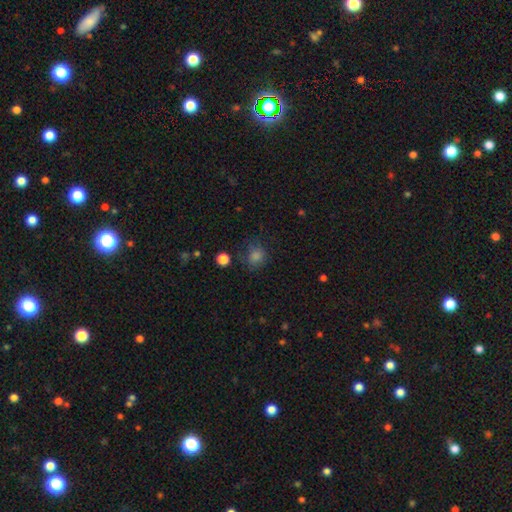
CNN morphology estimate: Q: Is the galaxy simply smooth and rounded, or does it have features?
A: smooth — 72%.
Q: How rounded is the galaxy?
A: round — 78%.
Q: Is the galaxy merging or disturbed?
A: none — 72%.